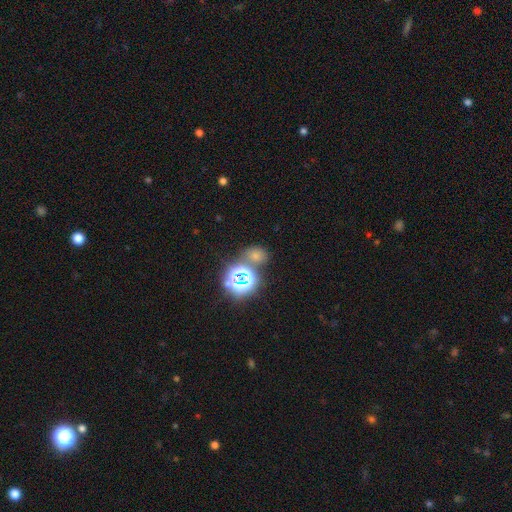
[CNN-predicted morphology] smooth-or-featured: smooth: 49% | star or artifact: 43% | featured or disk: 8%
  merging: none: 67% | merger: 17% | minor disturbance: 12% | major disturbance: 5%